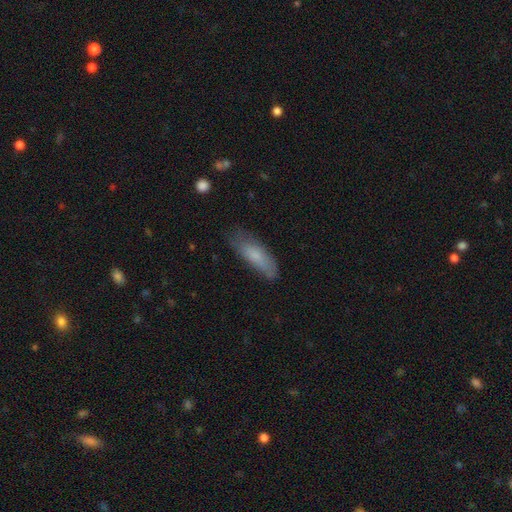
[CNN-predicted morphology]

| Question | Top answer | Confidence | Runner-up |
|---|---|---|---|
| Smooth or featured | smooth | 76% | featured or disk (18%) |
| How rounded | in between | 51% | cigar-shaped (48%) |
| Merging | none | 65% | minor disturbance (26%) |